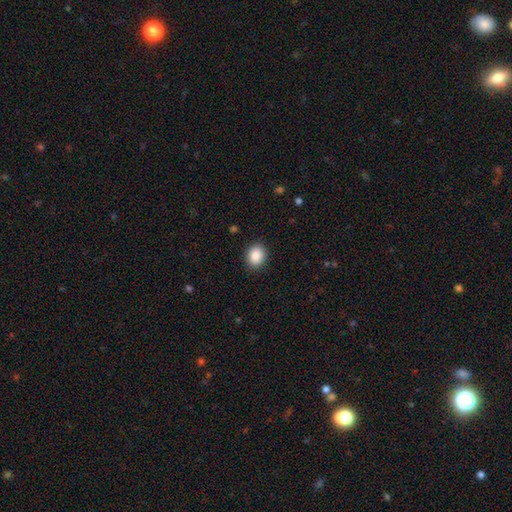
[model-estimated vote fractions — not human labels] Smooth or featured: smooth — 89% (star or artifact — 8%)
How rounded: round — 50% (in between — 49%)
Merging: none — 89% (minor disturbance — 8%)